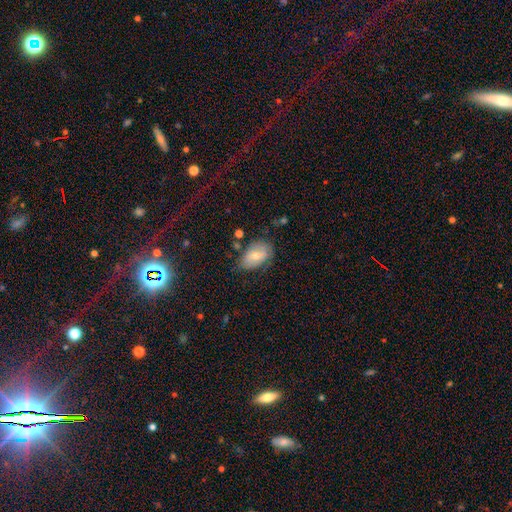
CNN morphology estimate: Smooth or featured: smooth — 67% (featured or disk — 26%)
How rounded: in between — 90% (round — 8%)
Merging: none — 59% (minor disturbance — 30%)